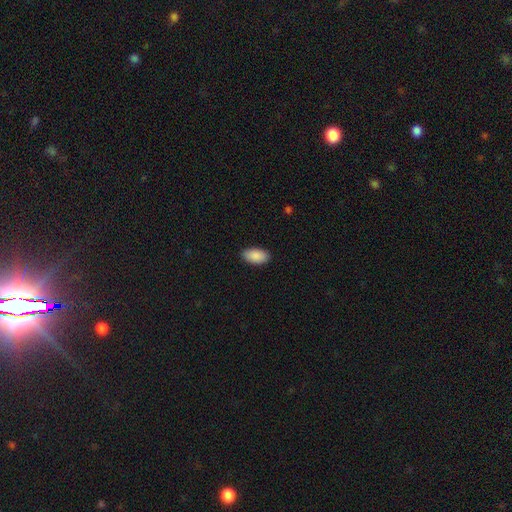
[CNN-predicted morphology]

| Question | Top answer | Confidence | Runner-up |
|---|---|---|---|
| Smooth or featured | smooth | 90% | star or artifact (6%) |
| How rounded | in between | 95% | round (2%) |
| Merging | none | 88% | minor disturbance (9%) |